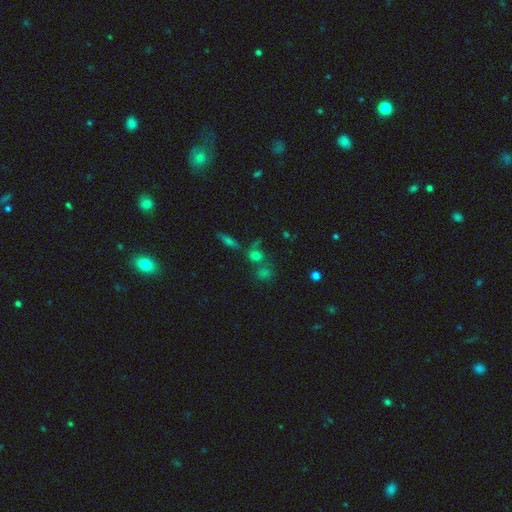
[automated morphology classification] A smooth galaxy with no disk features (62%) that is round (71%).

Vote fractions:
- Smooth or featured? smooth: 62% / star or artifact: 22% / featured or disk: 16%
- How rounded? round: 71% / in between: 25% / cigar-shaped: 4%
- Merging? none: 52% / merger: 28% / minor disturbance: 12% / major disturbance: 8%